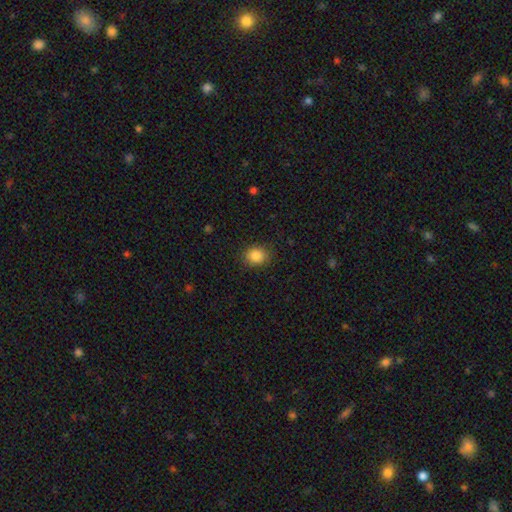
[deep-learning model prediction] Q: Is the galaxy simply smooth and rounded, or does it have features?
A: smooth — 85%.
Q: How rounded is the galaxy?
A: round — 60%.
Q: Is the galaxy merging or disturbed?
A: none — 86%.